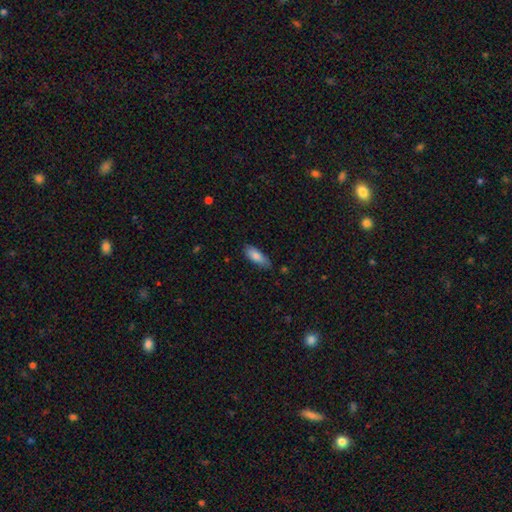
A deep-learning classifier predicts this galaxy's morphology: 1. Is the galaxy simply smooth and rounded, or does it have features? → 82% smooth, 12% featured or disk, 6% star or artifact.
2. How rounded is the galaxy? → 73% in between, 25% cigar-shaped, 2% round.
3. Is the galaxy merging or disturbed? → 77% none, 19% minor disturbance, 3% major disturbance, 1% merger.